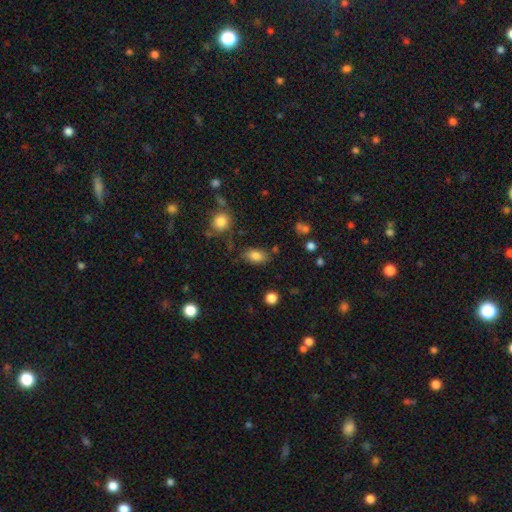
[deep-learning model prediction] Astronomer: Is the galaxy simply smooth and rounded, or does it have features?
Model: smooth — 82%.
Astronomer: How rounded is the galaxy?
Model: in between — 86%.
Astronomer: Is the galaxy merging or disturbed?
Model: none — 73%.